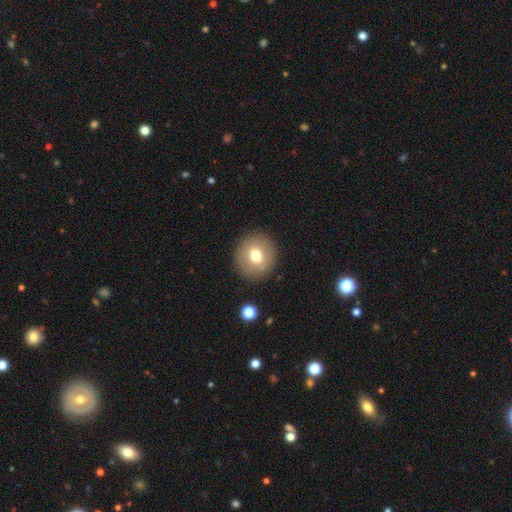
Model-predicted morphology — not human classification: smooth-or-featured: smooth: 70% | featured or disk: 21% | star or artifact: 9%
  how-rounded: round: 87% | in between: 12% | cigar-shaped: 1%
  merging: none: 88% | minor disturbance: 8% | major disturbance: 3% | merger: 2%